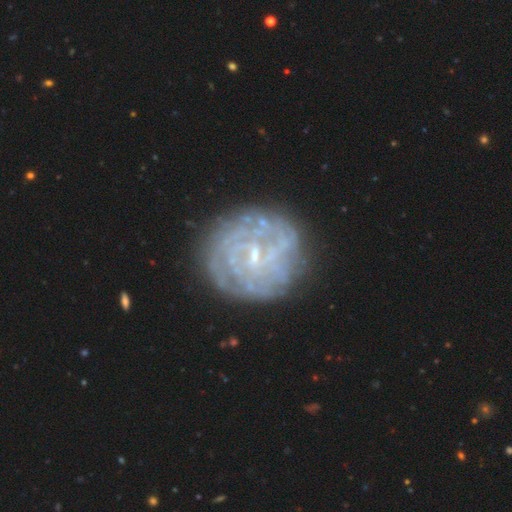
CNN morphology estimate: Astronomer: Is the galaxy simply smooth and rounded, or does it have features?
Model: featured or disk — 74%.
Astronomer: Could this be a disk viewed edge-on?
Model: no — 97%.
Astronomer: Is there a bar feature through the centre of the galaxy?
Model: weak — 47% (runner-up: no, 38%).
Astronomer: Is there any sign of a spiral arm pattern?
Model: yes — 70%.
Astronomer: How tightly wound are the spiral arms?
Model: tight — 71%.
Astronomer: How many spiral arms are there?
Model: can't tell — 57%.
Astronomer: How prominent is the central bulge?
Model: small — 69%.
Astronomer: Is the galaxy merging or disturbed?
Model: none — 75%.